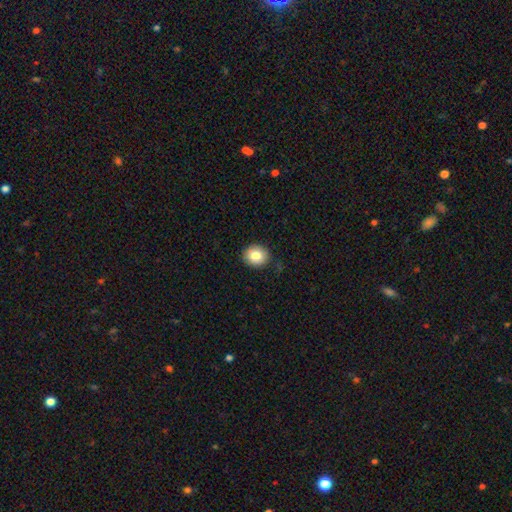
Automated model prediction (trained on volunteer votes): Smooth or featured? Predicted: smooth (p=0.82). How rounded? Predicted: round (p=0.81). Merging? Predicted: none (p=0.87).